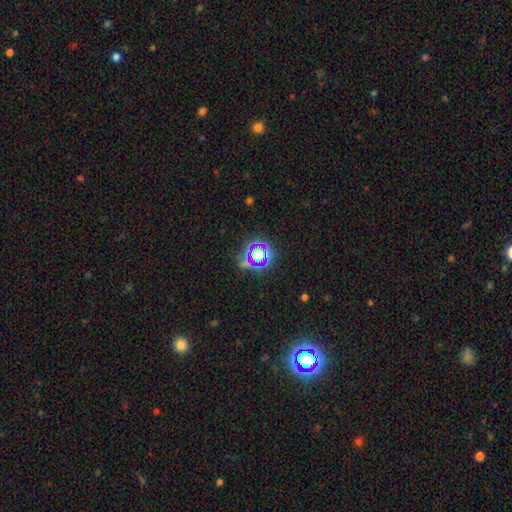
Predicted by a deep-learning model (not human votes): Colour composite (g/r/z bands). It shows a star or artifact, not a galaxy (74%).